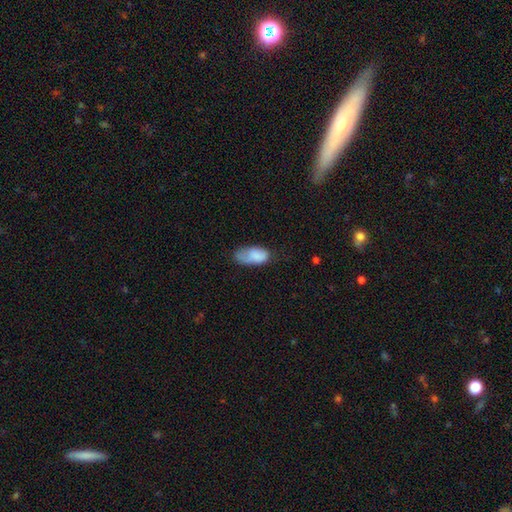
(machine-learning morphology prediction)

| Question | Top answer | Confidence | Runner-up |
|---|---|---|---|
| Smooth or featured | smooth | 80% | featured or disk (12%) |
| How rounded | in between | 92% | cigar-shaped (4%) |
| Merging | none | 45% | minor disturbance (36%) |